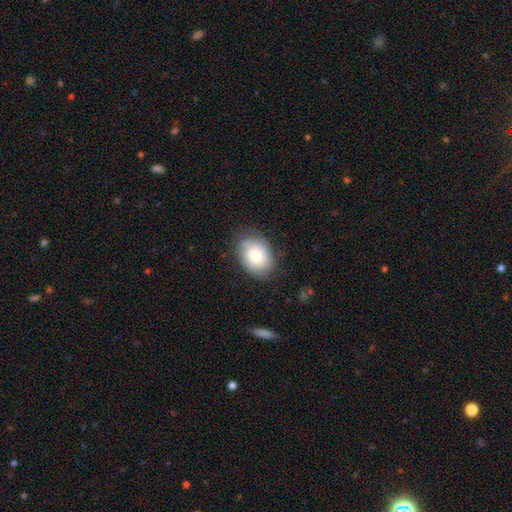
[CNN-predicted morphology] Smooth or featured? smooth (75%)
How rounded? in between (81%)
Merging? none (72%)